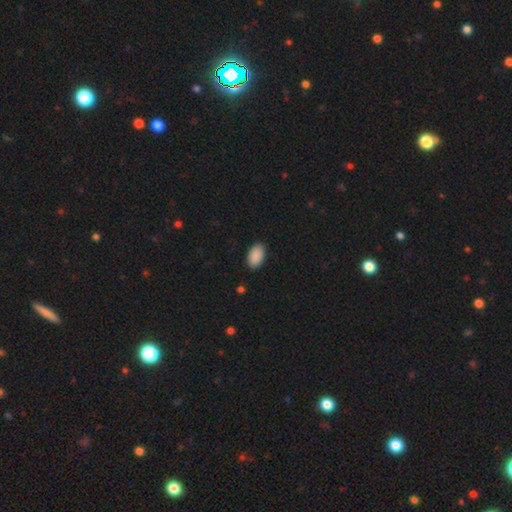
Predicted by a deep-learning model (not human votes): This is clearly a smooth galaxy (91%). How rounded: clearly in between (94%). Merging: clearly none (89%).